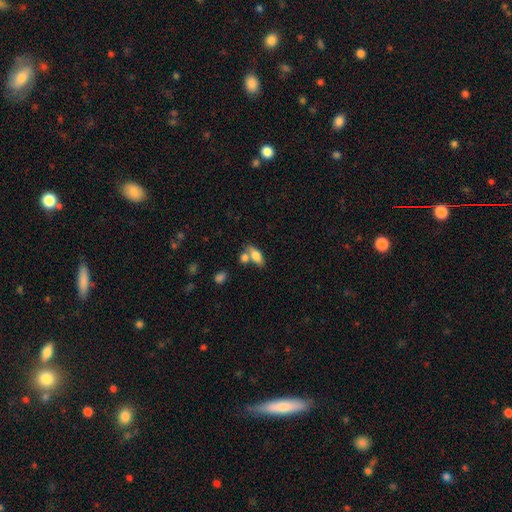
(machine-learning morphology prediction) The model was most divided on "merging": none: 50%, merger: 32%, minor disturbance: 13%, major disturbance: 5%. More confident: how rounded — in between (79%); smooth or featured — smooth (74%).